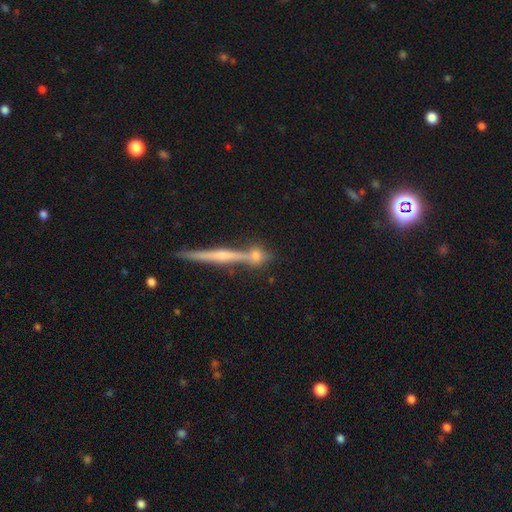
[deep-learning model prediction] A smooth galaxy with no disk features (56%) that is round (50%).

Vote fractions:
- Smooth or featured? smooth: 56% / featured or disk: 31% / star or artifact: 13%
- How rounded? round: 50% / cigar-shaped: 27% / in between: 23%
- Merging? none: 60% / merger: 24% / minor disturbance: 11% / major disturbance: 5%